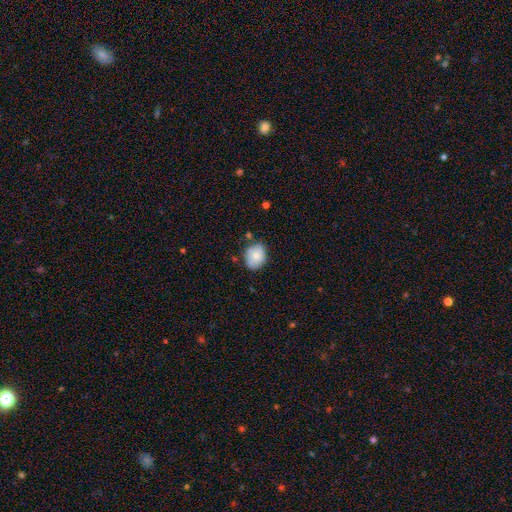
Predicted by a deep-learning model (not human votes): smooth_or_featured: smooth (p=0.75) [alt: featured or disk p=0.18]
how_rounded: in between (p=0.53) [alt: round p=0.47]
merging: none (p=0.68) [alt: minor disturbance p=0.23]